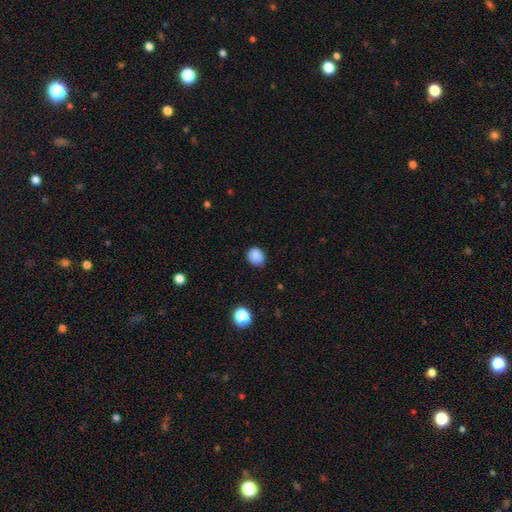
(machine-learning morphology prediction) smooth_or_featured: smooth (p=0.87) [alt: star or artifact p=0.10]
how_rounded: round (p=0.67) [alt: in between p=0.32]
merging: none (p=0.80) [alt: minor disturbance p=0.16]